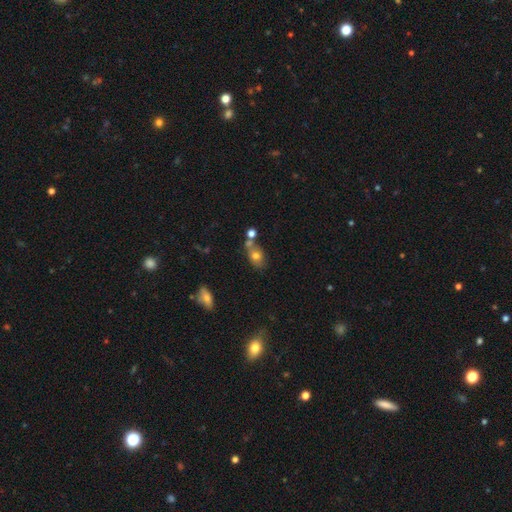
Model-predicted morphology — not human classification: Smooth or featured?
  - smooth: 71% *
  - featured or disk: 17%
  - star or artifact: 12%
How rounded?
  - in between: 69% *
  - round: 29%
  - cigar-shaped: 2%
Merging?
  - none: 52% *
  - merger: 29%
  - minor disturbance: 15%
  - major disturbance: 5%